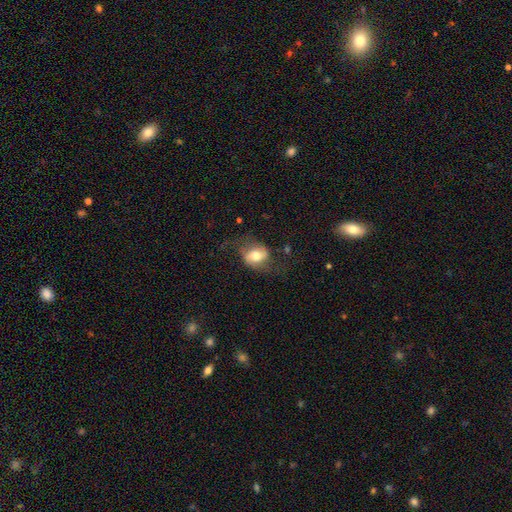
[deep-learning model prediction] This is possibly a smooth galaxy (52%). How rounded: possibly in between (57%). Merging: possibly none (58%).